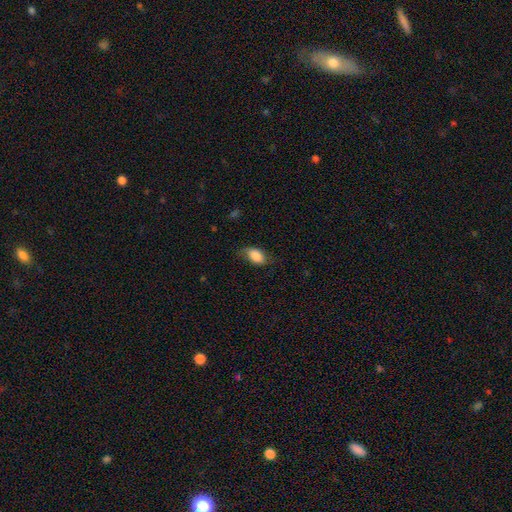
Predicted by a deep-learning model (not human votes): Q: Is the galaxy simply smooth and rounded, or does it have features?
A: smooth — 82%.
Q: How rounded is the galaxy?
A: in between — 90%.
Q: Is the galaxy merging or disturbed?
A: none — 63%.